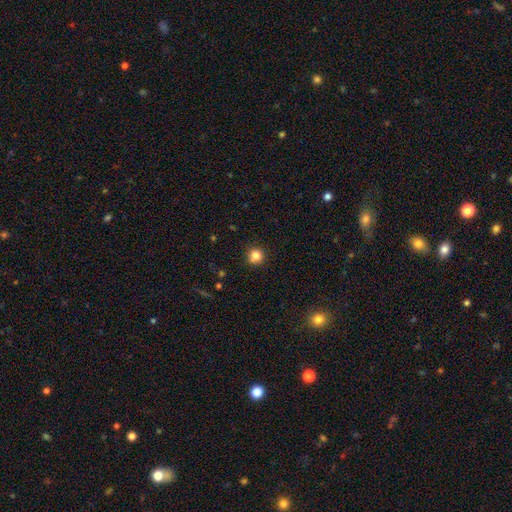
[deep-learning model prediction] Smooth or featured: smooth — 83% (star or artifact — 12%)
How rounded: round — 91% (in between — 8%)
Merging: none — 87% (minor disturbance — 9%)